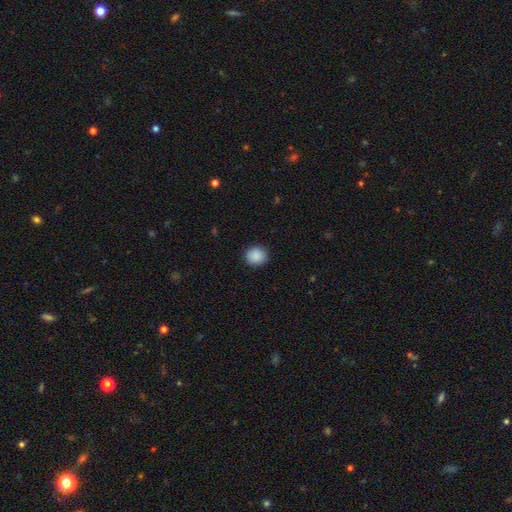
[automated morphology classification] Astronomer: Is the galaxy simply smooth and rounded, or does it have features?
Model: smooth — 89%.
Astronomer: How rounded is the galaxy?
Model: round — 83%.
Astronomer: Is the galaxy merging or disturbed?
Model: none — 90%.